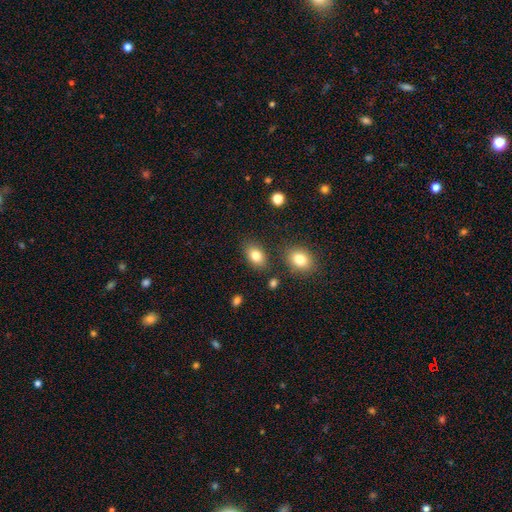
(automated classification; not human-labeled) Overall: smooth (82%). How rounded: in between (83%). Merging: none (80%).